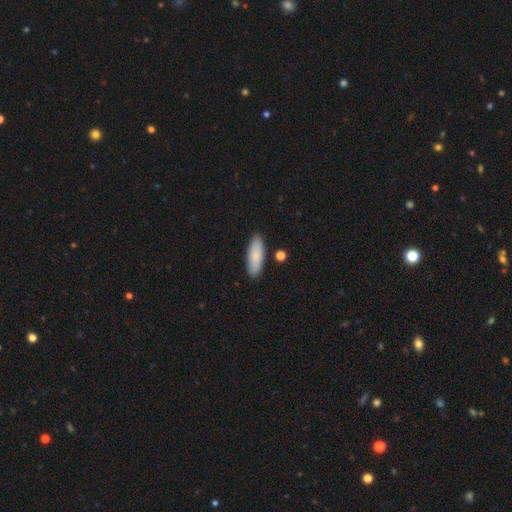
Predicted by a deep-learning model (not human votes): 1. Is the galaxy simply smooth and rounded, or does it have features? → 82% smooth, 12% featured or disk, 6% star or artifact.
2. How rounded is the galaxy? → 61% in between, 37% cigar-shaped, 2% round.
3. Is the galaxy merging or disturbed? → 86% none, 9% minor disturbance, 3% merger, 2% major disturbance.